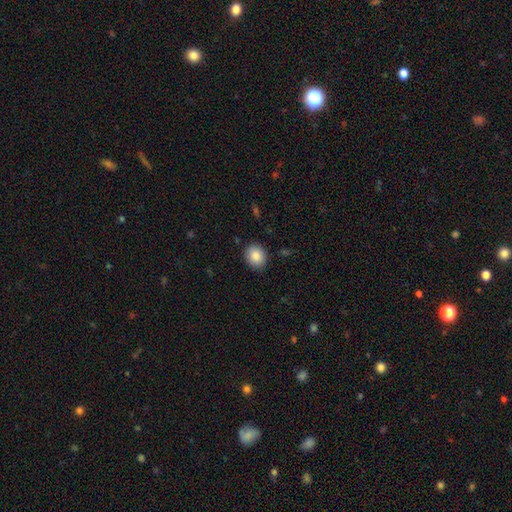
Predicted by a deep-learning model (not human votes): This is clearly a smooth galaxy (87%). How rounded: possibly round (57%). Merging: clearly none (88%).